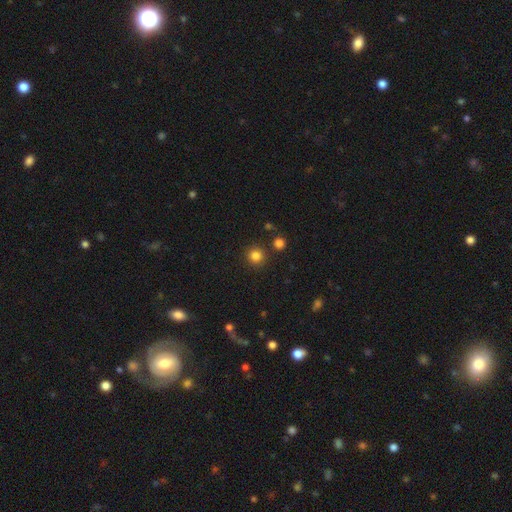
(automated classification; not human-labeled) This appears to be a smooth galaxy with no disk features (82%) that is round (94%). Merging: none (87%).